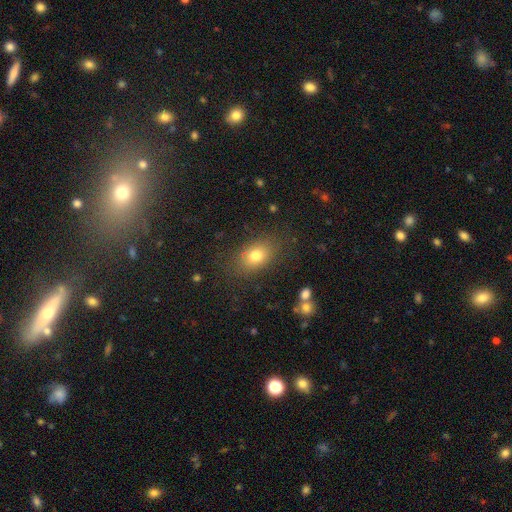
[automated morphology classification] type=smooth (77%); roundness=in between (81%); merging=none (82%).